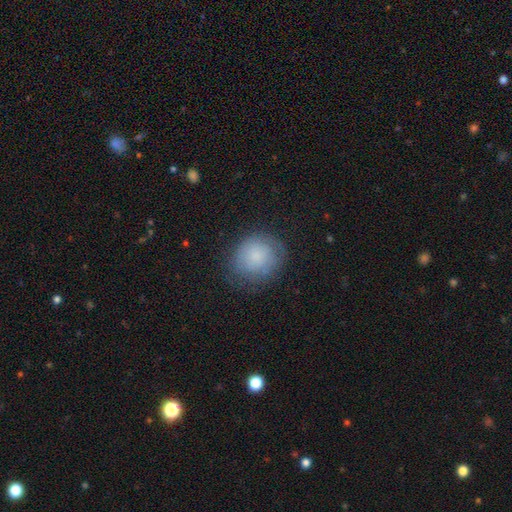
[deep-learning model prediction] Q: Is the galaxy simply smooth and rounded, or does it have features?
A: smooth — 76%.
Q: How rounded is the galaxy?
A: round — 78%.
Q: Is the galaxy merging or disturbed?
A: none — 75%.